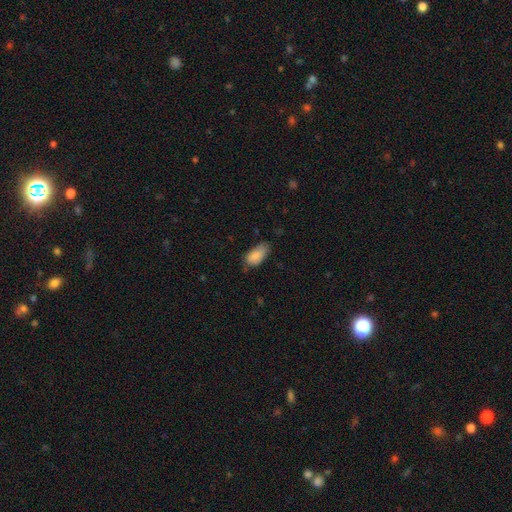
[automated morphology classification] type=smooth (86%); roundness=in between (93%); merging=none (57%).